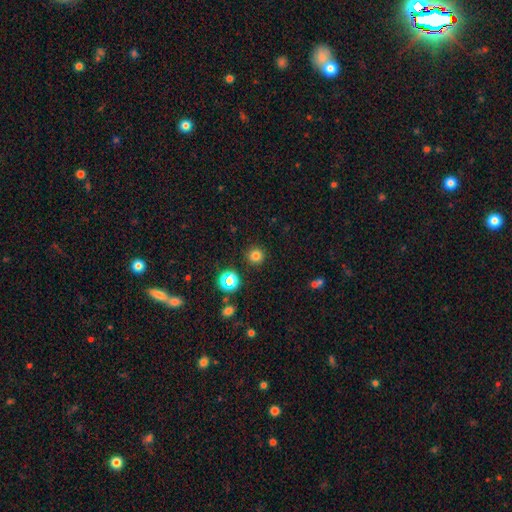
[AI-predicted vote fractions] Smooth or featured: smooth — 77% (star or artifact — 18%)
How rounded: round — 94% (in between — 5%)
Merging: none — 90% (minor disturbance — 6%)